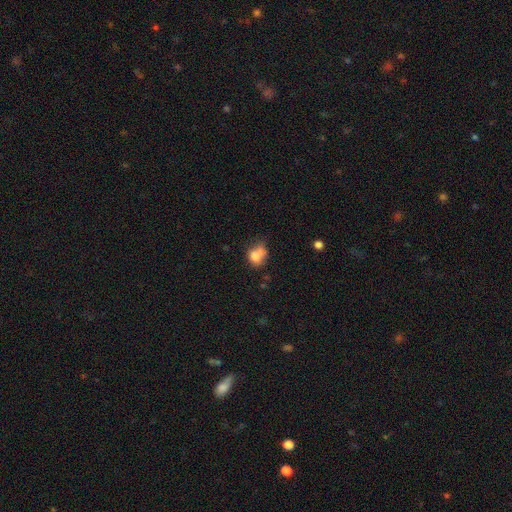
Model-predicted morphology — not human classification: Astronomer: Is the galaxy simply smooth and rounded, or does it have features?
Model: smooth — 74%.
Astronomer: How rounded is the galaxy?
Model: in between — 52% (runner-up: round, 47%).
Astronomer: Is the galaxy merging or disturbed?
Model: merger — 31%, tied with none at 31%.